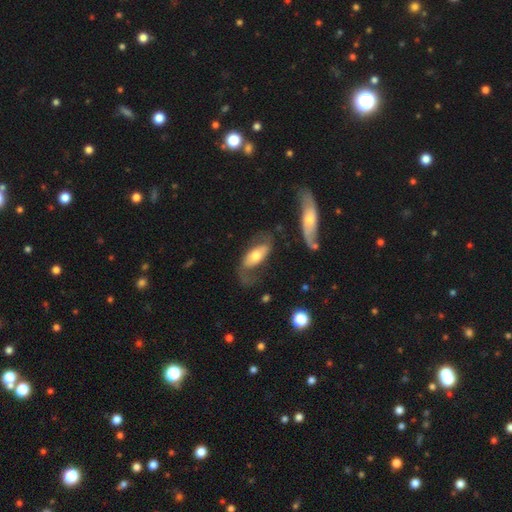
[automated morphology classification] A featured or disk galaxy (52%).

Vote fractions:
- Smooth or featured? featured or disk: 52% / smooth: 42% / star or artifact: 6%
- Edge-on disk? no: 81% / yes: 19%
- Merging? none: 50% / major disturbance: 22% / minor disturbance: 21% / merger: 6%